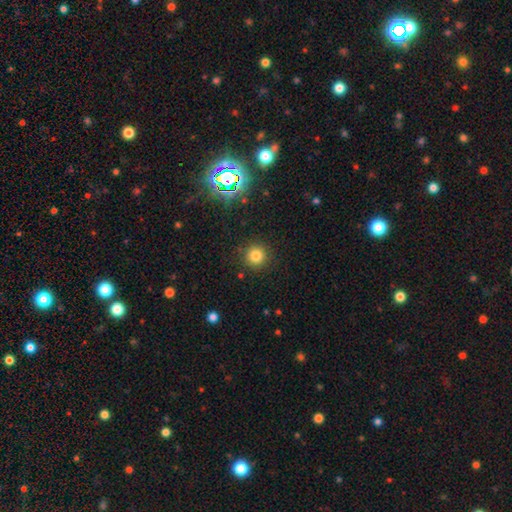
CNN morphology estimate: smooth-or-featured: smooth: 80% | star or artifact: 14% | featured or disk: 6%
  how-rounded: round: 94% | in between: 5% | cigar-shaped: 1%
  merging: none: 90% | minor disturbance: 6% | major disturbance: 3% | merger: 1%